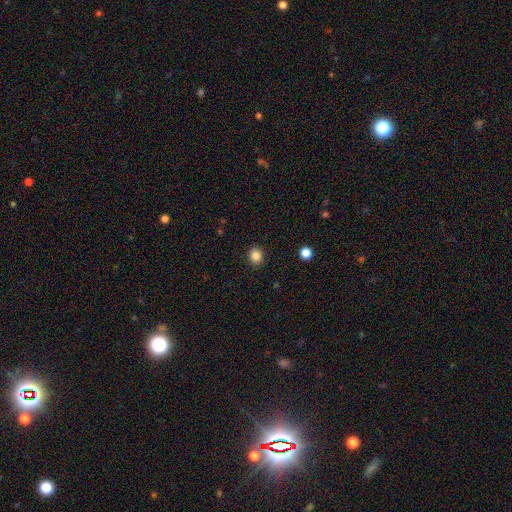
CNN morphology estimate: smooth-or-featured: smooth: 85% | star or artifact: 11% | featured or disk: 4%
  how-rounded: round: 70% | in between: 29% | cigar-shaped: 1%
  merging: none: 91% | minor disturbance: 6% | major disturbance: 2% | merger: 1%